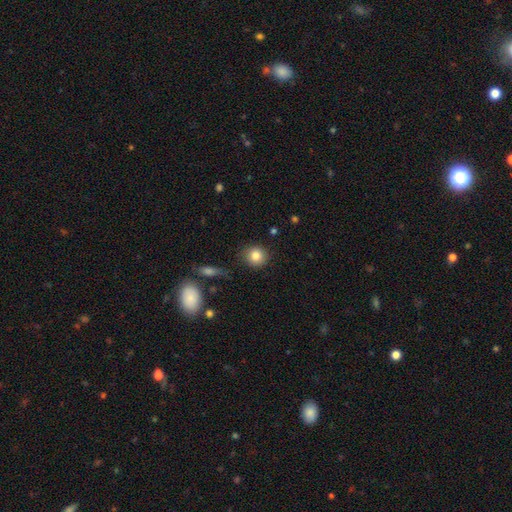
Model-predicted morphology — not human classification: A smooth galaxy with no disk features (83%) that is round (90%). Merging: none (87%).